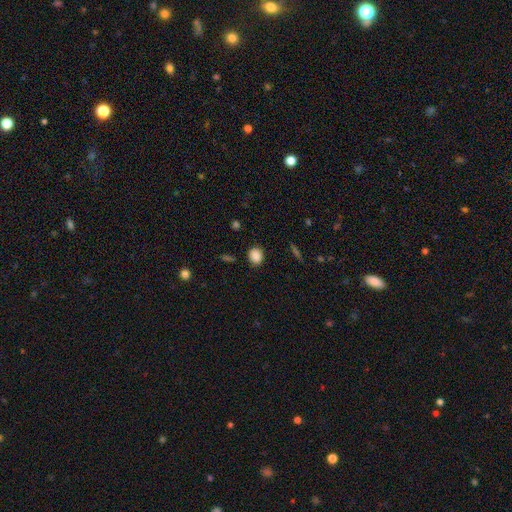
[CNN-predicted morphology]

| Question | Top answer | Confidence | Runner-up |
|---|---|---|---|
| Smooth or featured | smooth | 86% | star or artifact (10%) |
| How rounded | round | 66% | in between (32%) |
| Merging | none | 84% | minor disturbance (12%) |